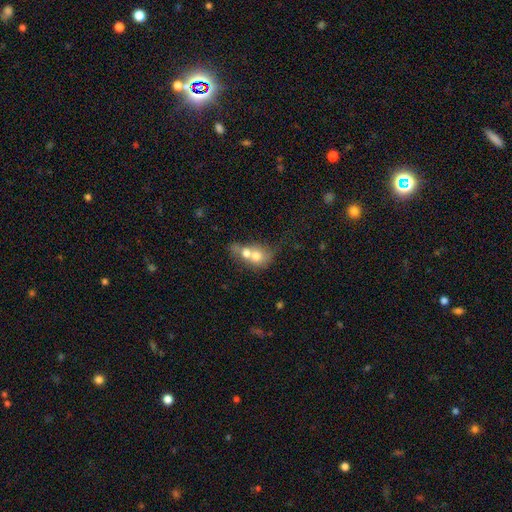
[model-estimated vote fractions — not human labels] Smooth or featured? smooth (65%)
How rounded? round (57%)
Merging? merger (74%)